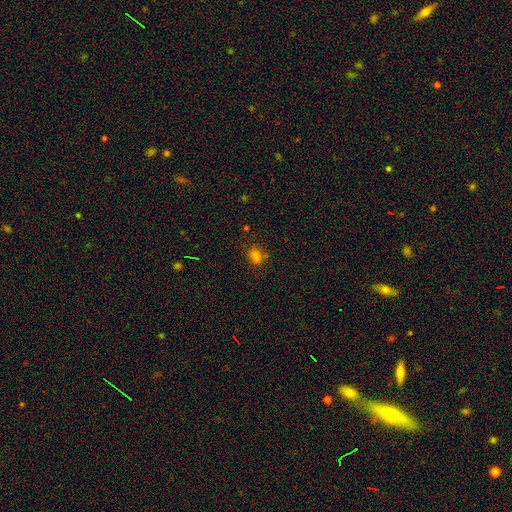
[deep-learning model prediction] Smooth or featured? smooth (70%)
How rounded? in between (49%, tied with round)
Merging? none (66%)